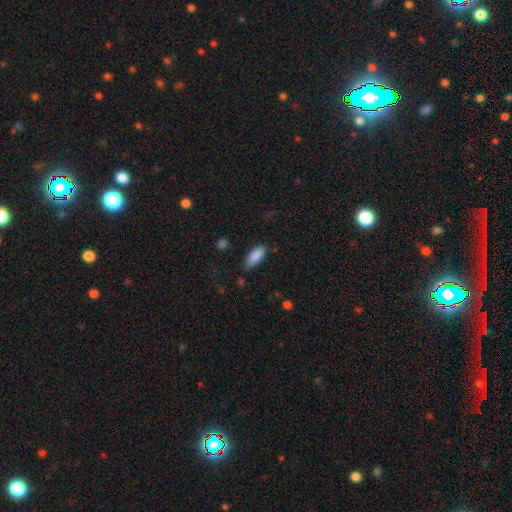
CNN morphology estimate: Smooth or featured: smooth — 89% (star or artifact — 6%)
How rounded: in between — 80% (cigar-shaped — 18%)
Merging: none — 76% (minor disturbance — 18%)